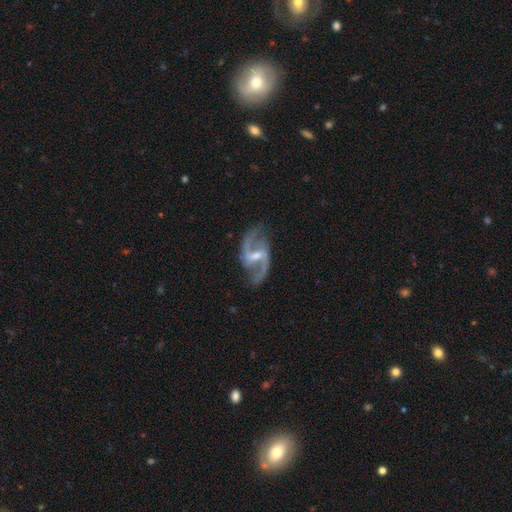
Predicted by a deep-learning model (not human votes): smooth-or-featured: featured or disk: 92% | star or artifact: 5% | smooth: 3%
  disk-edge-on: no: 97% | yes: 3%
    bar: weak: 49% | strong: 37% | no: 14%
    has-spiral-arms: yes: 98% | no: 2%
      spiral-winding: loose: 49% | medium: 43% | tight: 8%
      spiral-arm-count: 2: 94% | can't tell: 2% | 3: 1% | 1: 1% | 4: 1% | more than 4: 1%
    bulge-size: small: 49% | moderate: 44% | none: 4% | large: 2% | dominant: 1%
  merging: none: 81% | minor disturbance: 13% | major disturbance: 5% | merger: 2%